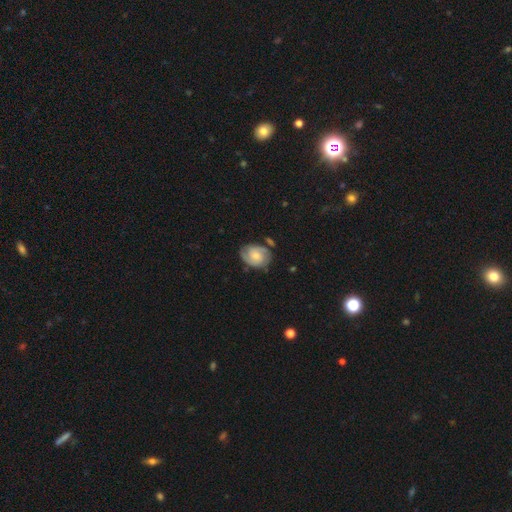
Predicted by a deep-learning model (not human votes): smooth-or-featured: featured or disk: 61% | smooth: 32% | star or artifact: 7%
  disk-edge-on: no: 97% | yes: 3%
    bar: no: 64% | weak: 31% | strong: 5%
    has-spiral-arms: yes: 90% | no: 10%
      spiral-winding: tight: 50% | medium: 38% | loose: 12%
      spiral-arm-count: 2: 68% | can't tell: 17% | 3: 7% | 1: 4% | 4: 2% | more than 4: 2%
    bulge-size: moderate: 43% (tied) | small: 43% (tied) | none: 7% | large: 6% | dominant: 1%
  merging: none: 66% | minor disturbance: 22% | major disturbance: 7% | merger: 6%